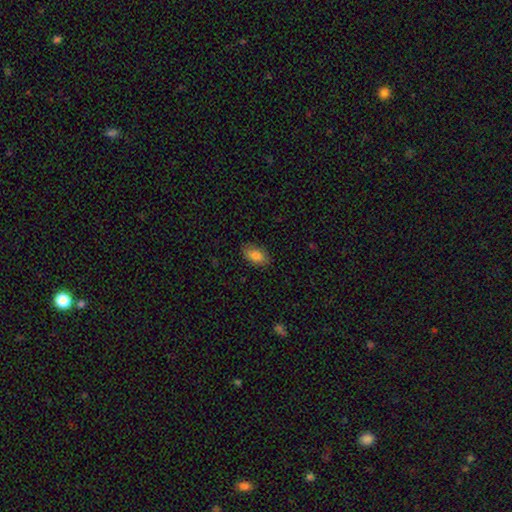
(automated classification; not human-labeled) Smooth or featured: smooth — 84% (featured or disk — 9%)
How rounded: in between — 92% (round — 6%)
Merging: none — 85% (minor disturbance — 11%)